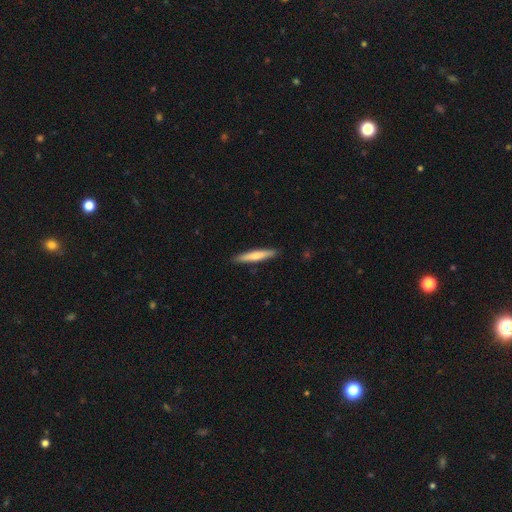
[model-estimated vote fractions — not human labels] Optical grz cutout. It shows a smooth galaxy with no disk features (68%) that is cigar-shaped (93%). Merging: none (91%).